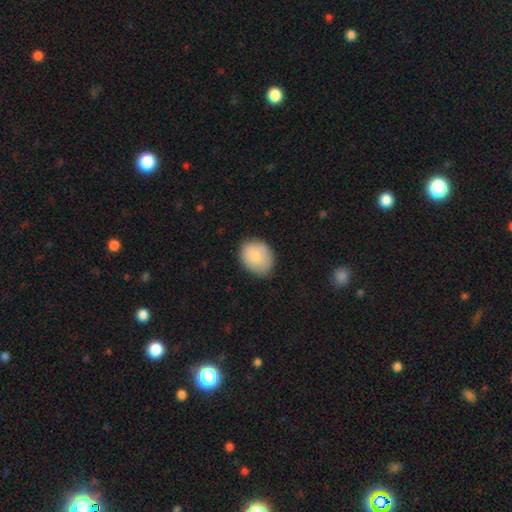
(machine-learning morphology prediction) Smooth or featured?
  - smooth: 81% *
  - featured or disk: 12%
  - star or artifact: 7%
How rounded?
  - in between: 52% *
  - round: 47%
  - cigar-shaped: 1%
Merging?
  - none: 68% *
  - minor disturbance: 26%
  - major disturbance: 4%
  - merger: 1%